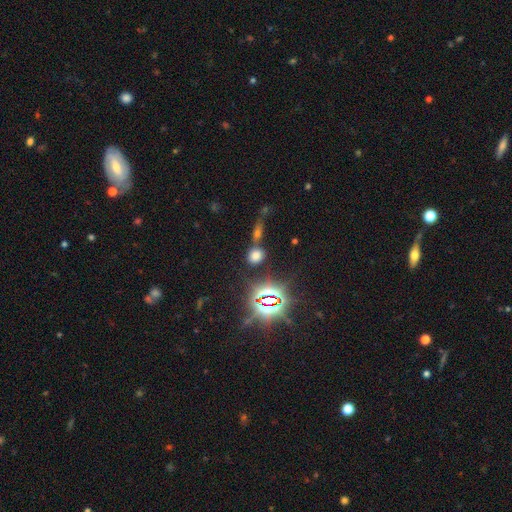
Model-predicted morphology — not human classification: Overall: smooth (58%; star or artifact 34%). How rounded: round (64%; in between 32%). Merging: none (65%).